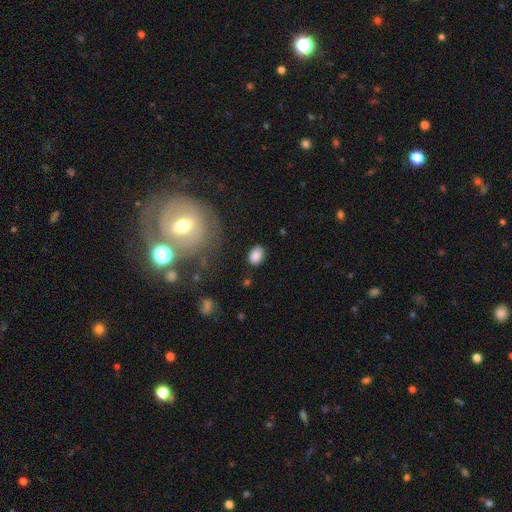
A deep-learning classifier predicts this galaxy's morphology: smooth 85%, star or artifact 9%, featured or disk 6%. Down the decision tree: how rounded — in between (78%); merging — none (83%).